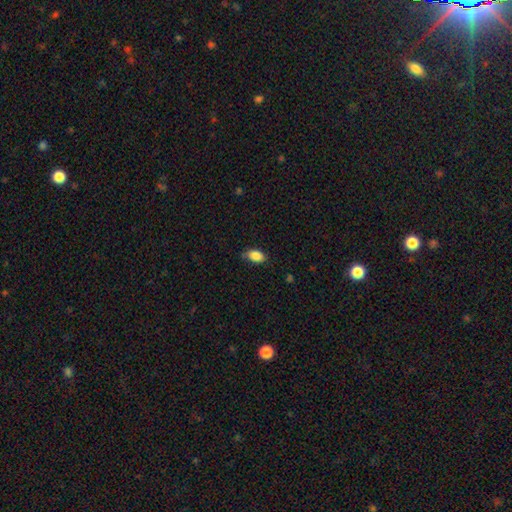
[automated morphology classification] Q: Smooth or featured?
A: smooth (87%); runner-up: star or artifact (8%)
Q: How rounded?
A: in between (91%); runner-up: round (7%)
Q: Merging?
A: none (73%); runner-up: minor disturbance (22%)